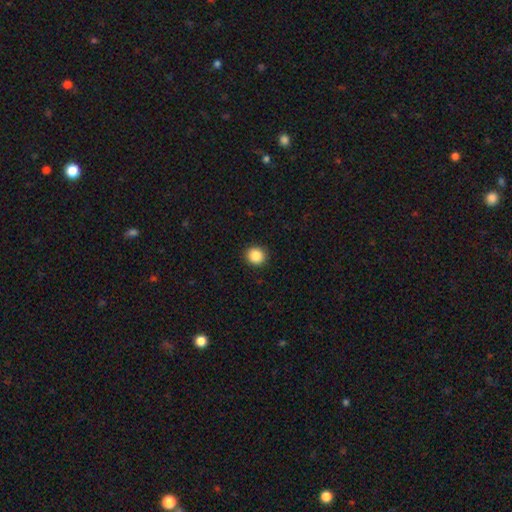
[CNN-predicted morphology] The model was most divided on "smooth or featured": smooth: 88%, star or artifact: 9%, featured or disk: 3%. More confident: merging — none (92%); how rounded — round (89%).